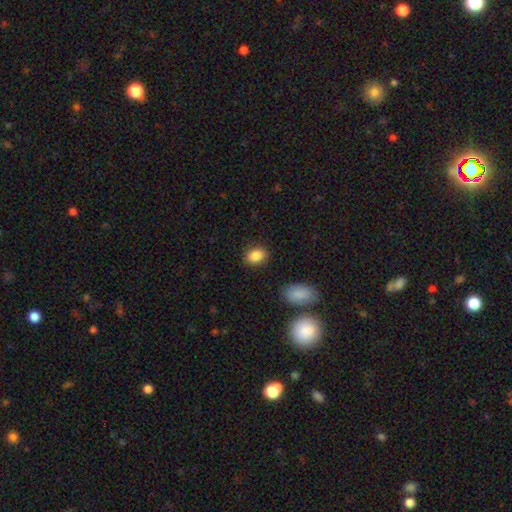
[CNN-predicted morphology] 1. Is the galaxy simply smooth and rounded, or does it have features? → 87% smooth, 8% star or artifact, 5% featured or disk.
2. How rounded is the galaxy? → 69% in between, 30% round, 1% cigar-shaped.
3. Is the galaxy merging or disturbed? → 86% none, 10% minor disturbance, 3% major disturbance, 2% merger.